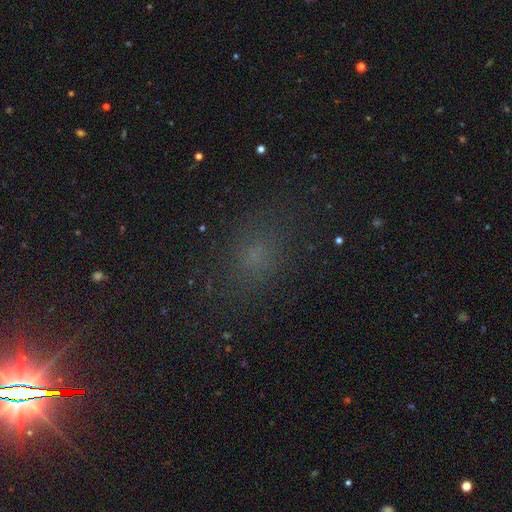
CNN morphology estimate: smooth_or_featured: smooth (p=0.59) [alt: star or artifact p=0.30]
how_rounded: in between (p=0.55) [alt: round p=0.42]
merging: none (p=0.78) [alt: minor disturbance p=0.14]